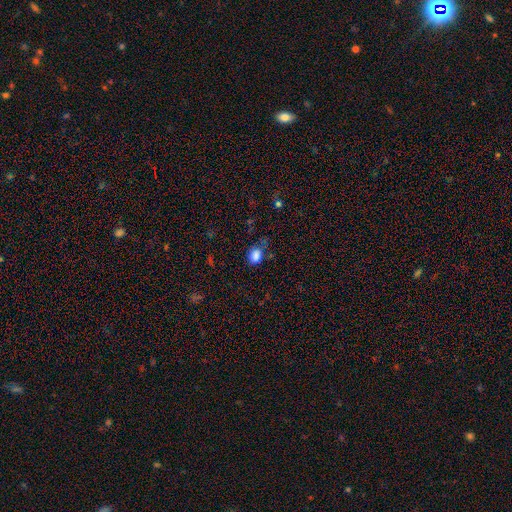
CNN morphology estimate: A smooth galaxy with no disk features (83%) that is in between round and cigar-shaped (71%).

Vote fractions:
- Smooth or featured? smooth: 83% / star or artifact: 12% / featured or disk: 5%
- How rounded? in between: 71% / round: 28% / cigar-shaped: 1%
- Merging? none: 57% / minor disturbance: 28% / major disturbance: 11% / merger: 4%